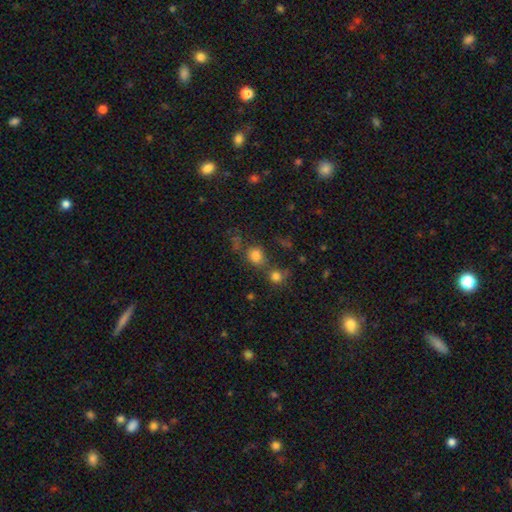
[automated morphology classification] This is likely a smooth galaxy (77%). How rounded: likely round (67%). Merging: possibly none (57%).